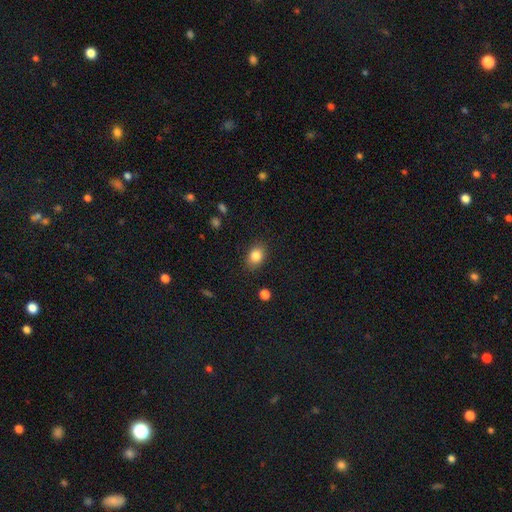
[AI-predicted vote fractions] Smooth or featured?
  - smooth: 84% *
  - star or artifact: 9%
  - featured or disk: 6%
How rounded?
  - in between: 66% *
  - round: 32%
  - cigar-shaped: 1%
Merging?
  - none: 86% *
  - minor disturbance: 10%
  - major disturbance: 3%
  - merger: 1%